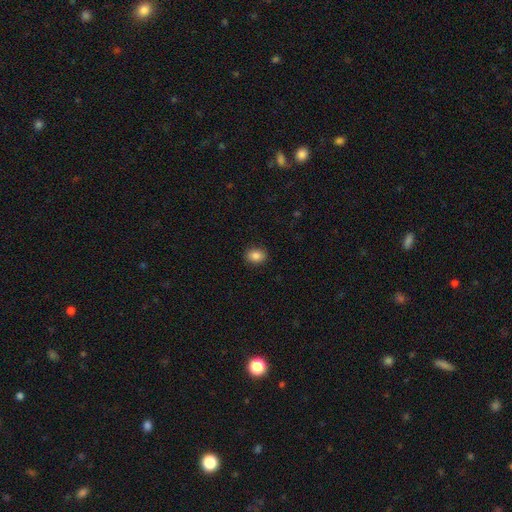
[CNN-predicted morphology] A smooth galaxy with no disk features (86%) that is in between round and cigar-shaped (64%).

Vote fractions:
- Smooth or featured? smooth: 86% / star or artifact: 9% / featured or disk: 5%
- How rounded? in between: 64% / round: 34% / cigar-shaped: 1%
- Merging? none: 89% / minor disturbance: 8% / major disturbance: 2% / merger: 1%